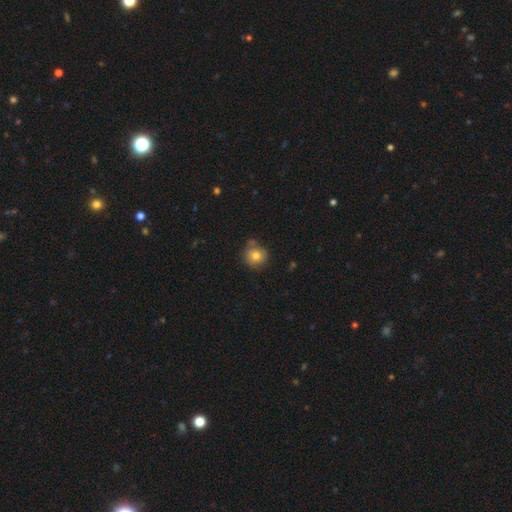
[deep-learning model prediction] smooth_or_featured: smooth (p=0.78) [alt: featured or disk p=0.12]
how_rounded: round (p=0.91) [alt: in between p=0.08]
merging: none (p=0.72) [alt: minor disturbance p=0.14]